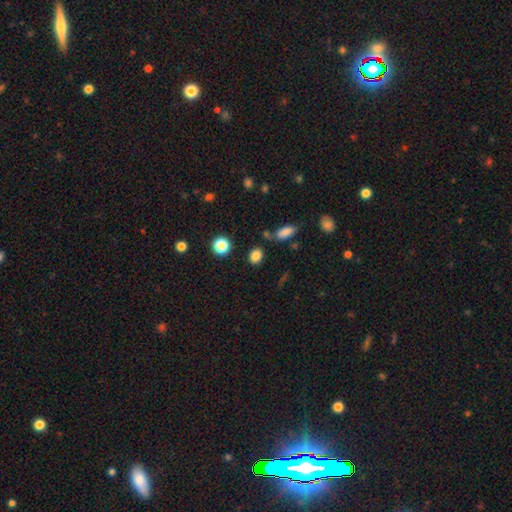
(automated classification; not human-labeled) smooth 83%, star or artifact 12%, featured or disk 5%. Down the decision tree: how rounded — in between (56%); merging — none (80%).